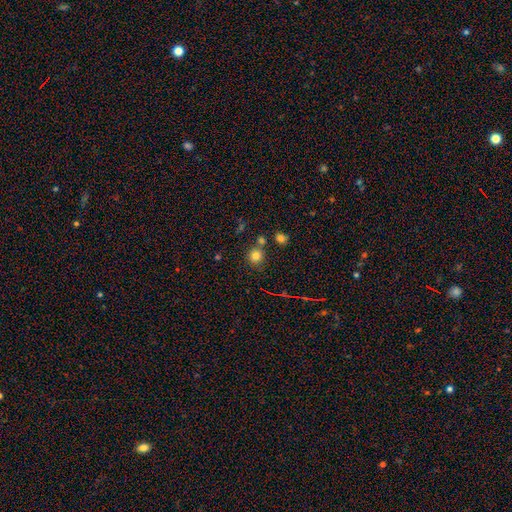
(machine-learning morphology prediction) This appears to be a smooth galaxy with no disk features (79%) that is round (90%). Merging: none (75%).